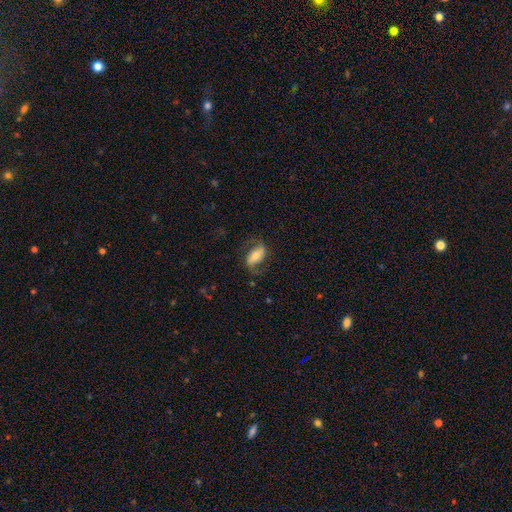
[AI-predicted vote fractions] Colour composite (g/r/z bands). It shows a featured or disk galaxy (57%) with a strong bar (44%), spiral arms (85%) and a moderate central bulge (51%). Merging: none (68%).